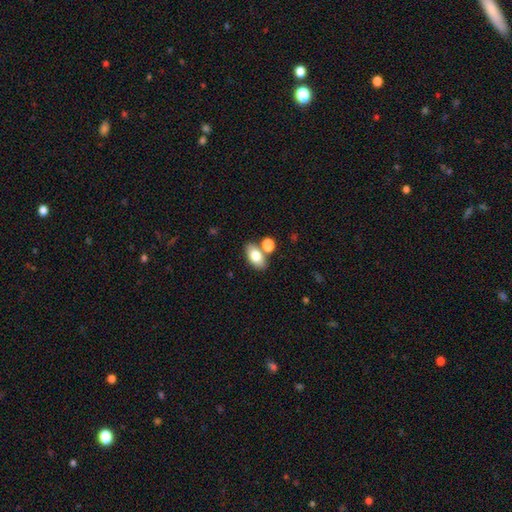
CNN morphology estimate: Smooth or featured? smooth (78%)
How rounded? in between (89%)
Merging? none (65%)